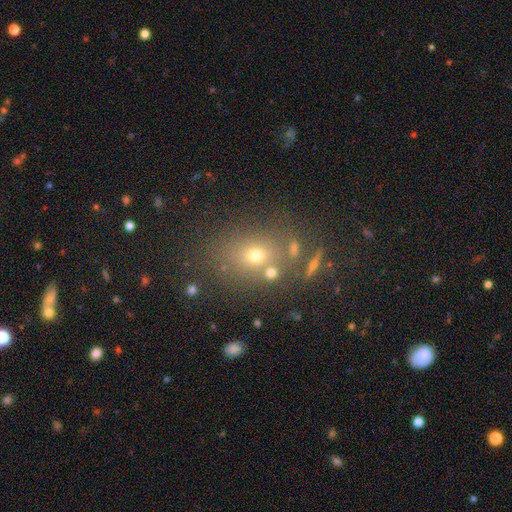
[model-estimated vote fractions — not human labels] A smooth galaxy with no disk features (57%) that is round (50%).

Vote fractions:
- Smooth or featured? smooth: 57% / star or artifact: 27% / featured or disk: 16%
- How rounded? round: 50% / in between: 48% / cigar-shaped: 2%
- Merging? none: 69% / merger: 14% / minor disturbance: 11% / major disturbance: 6%